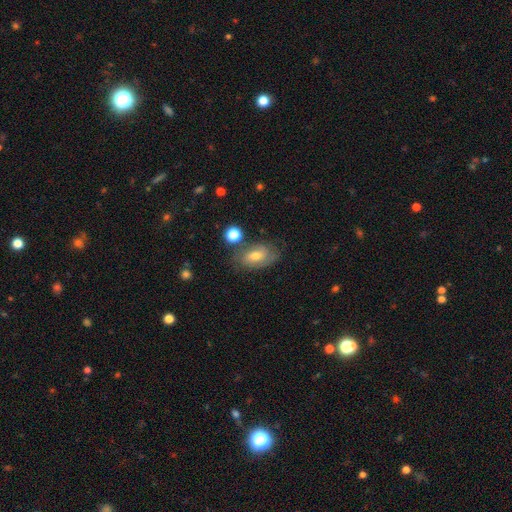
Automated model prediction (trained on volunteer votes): Morphology: type=smooth (45%); merging=none (68%).